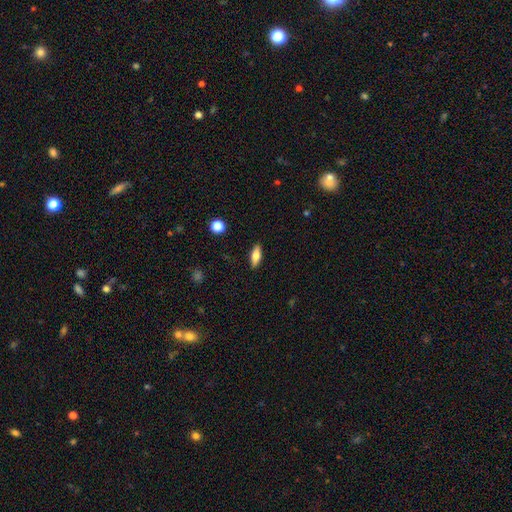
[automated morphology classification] A smooth galaxy with no disk features (67%) that is in between round and cigar-shaped (65%). Merging: none (89%).